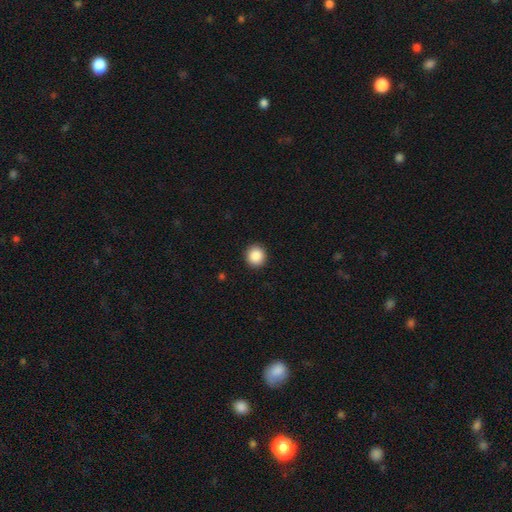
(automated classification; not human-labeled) smooth-or-featured: smooth: 88% | star or artifact: 9% | featured or disk: 3%
  how-rounded: round: 92% | in between: 7% | cigar-shaped: 1%
  merging: none: 92% | minor disturbance: 5% | major disturbance: 2% | merger: 1%